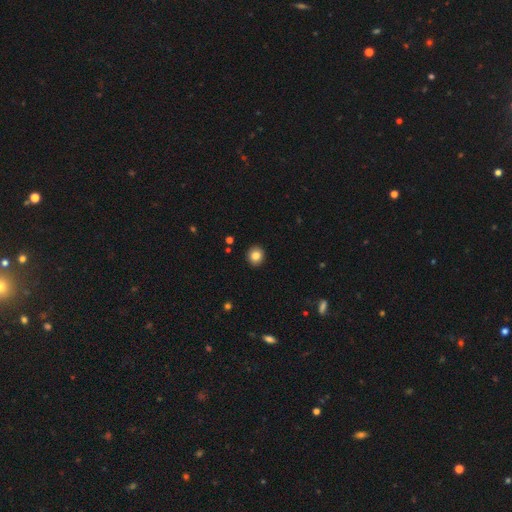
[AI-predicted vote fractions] The model was most divided on "smooth or featured": smooth: 84%, star or artifact: 10%, featured or disk: 6%. More confident: merging — none (92%); how rounded — round (87%).